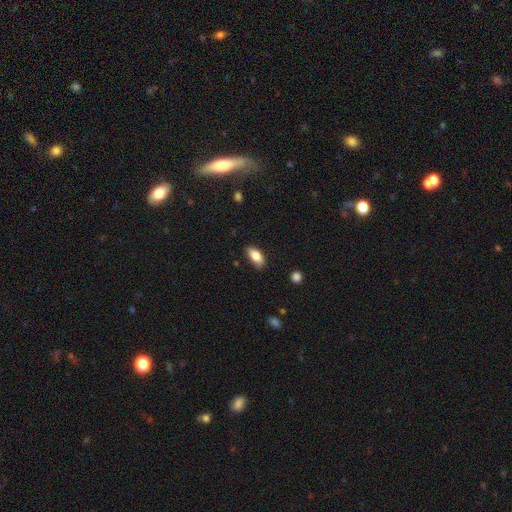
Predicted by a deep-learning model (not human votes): Smooth or featured? smooth (81%)
How rounded? in between (89%)
Merging? none (68%)